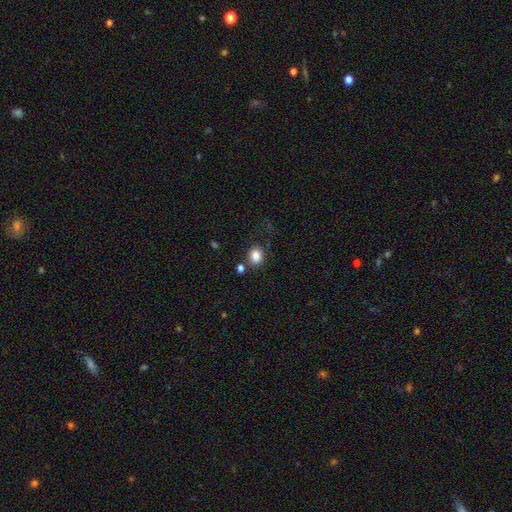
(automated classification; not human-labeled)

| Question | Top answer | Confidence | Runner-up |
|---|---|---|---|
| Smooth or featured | smooth | 84% | star or artifact (10%) |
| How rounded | round | 52% | in between (47%) |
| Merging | none | 70% | minor disturbance (14%) |